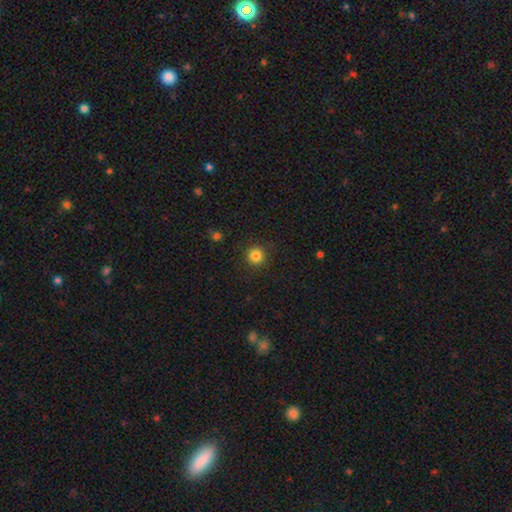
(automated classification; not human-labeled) smooth 84%, star or artifact 12%, featured or disk 4%. Down the decision tree: how rounded — round (94%); merging — none (90%).